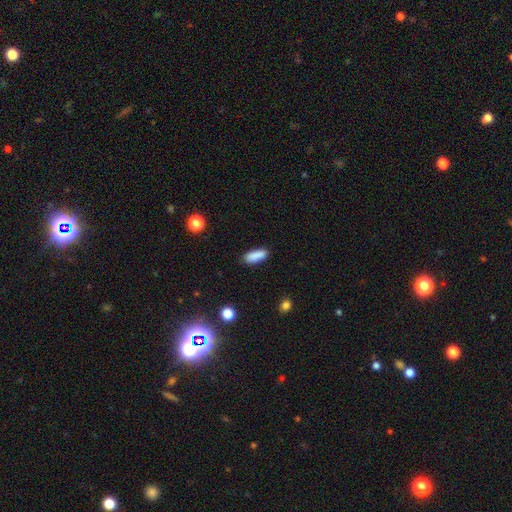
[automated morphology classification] Smooth or featured: smooth — 87% (star or artifact — 8%)
How rounded: in between — 61% (cigar-shaped — 37%)
Merging: none — 83% (minor disturbance — 12%)